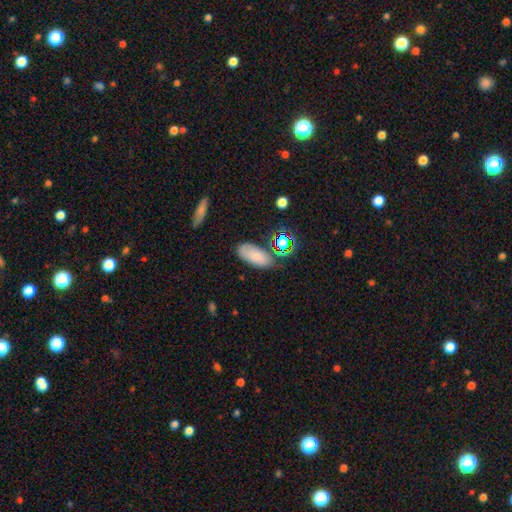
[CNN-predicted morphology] smooth 74%, featured or disk 14%, star or artifact 13%. Down the decision tree: how rounded — in between (88%); merging — none (69%).